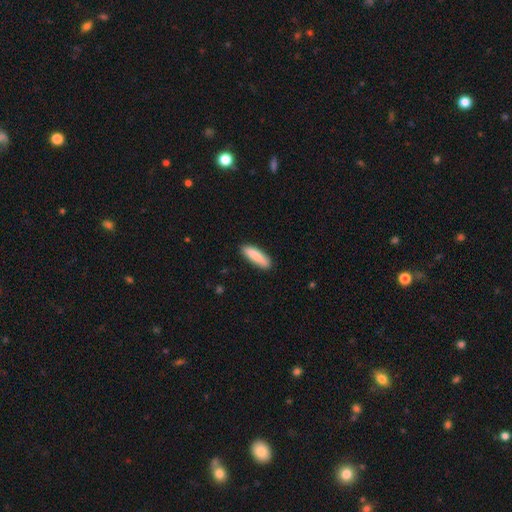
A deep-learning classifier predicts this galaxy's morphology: A smooth galaxy with no disk features (87%) that is cigar-shaped (65%).

Vote fractions:
- Smooth or featured? smooth: 87% / featured or disk: 8% / star or artifact: 6%
- How rounded? cigar-shaped: 65% / in between: 33% / round: 1%
- Merging? none: 87% / minor disturbance: 10% / major disturbance: 2% / merger: 1%